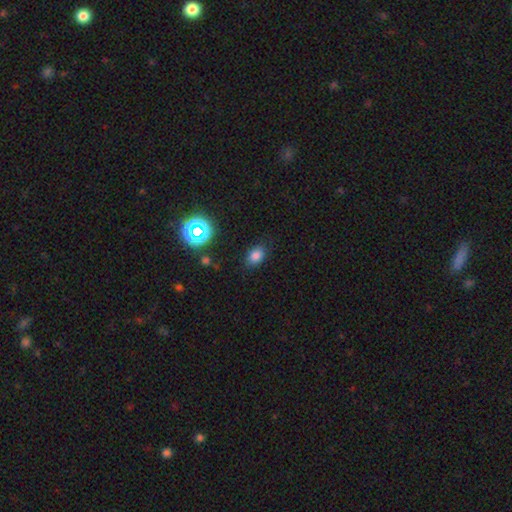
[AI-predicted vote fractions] This is likely a smooth galaxy (77%). How rounded: likely in between (76%). Merging: clearly none (84%).